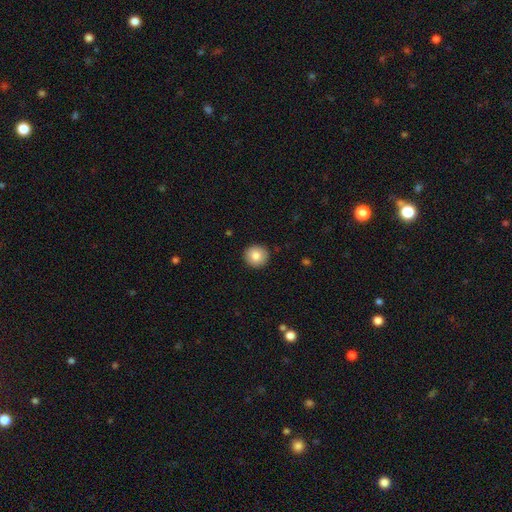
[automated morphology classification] smooth_or_featured: smooth (p=0.84) [alt: star or artifact p=0.08]
how_rounded: round (p=0.94) [alt: in between p=0.05]
merging: none (p=0.92) [alt: minor disturbance p=0.05]